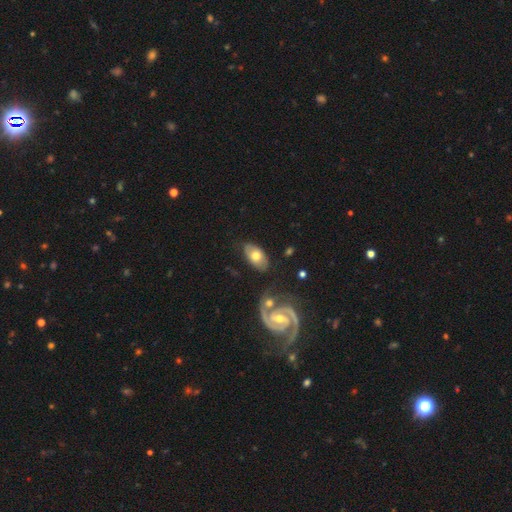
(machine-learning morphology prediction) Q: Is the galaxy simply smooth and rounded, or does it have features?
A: smooth — 55%.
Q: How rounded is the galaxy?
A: in between — 91%.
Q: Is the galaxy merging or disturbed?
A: none — 69%.